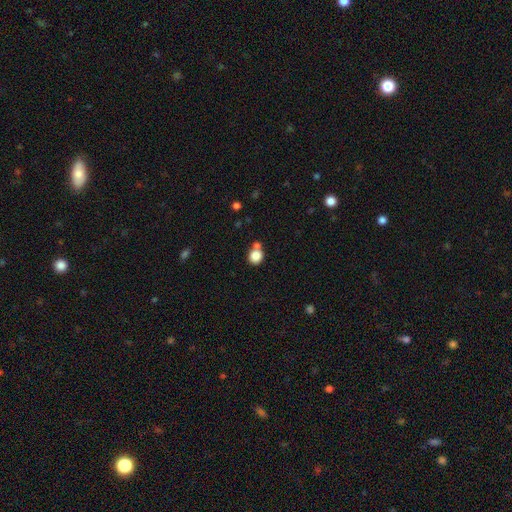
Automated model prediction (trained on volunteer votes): The model was most divided on "merging": none: 58%, merger: 28%, minor disturbance: 11%, major disturbance: 4%. More confident: how rounded — round (85%); smooth or featured — smooth (84%).